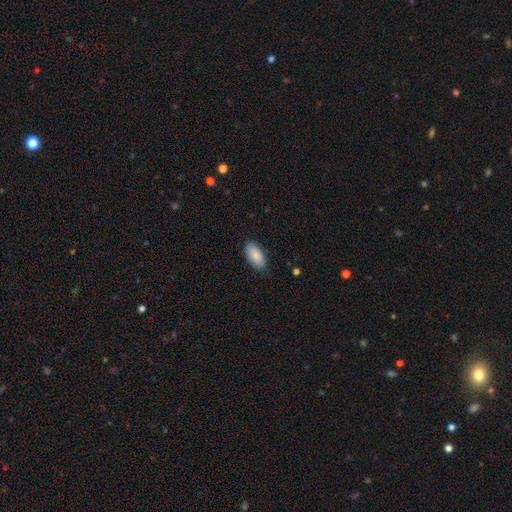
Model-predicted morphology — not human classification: This appears to be a smooth galaxy with no disk features (86%) that is in between round and cigar-shaped (94%). Merging: none (84%).